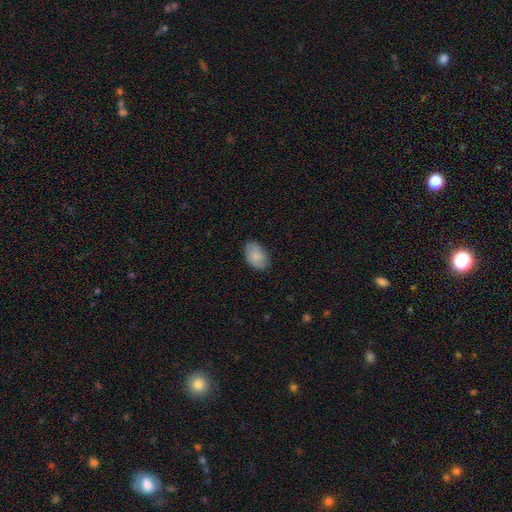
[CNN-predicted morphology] type=smooth (84%); roundness=in between (89%); merging=none (82%).